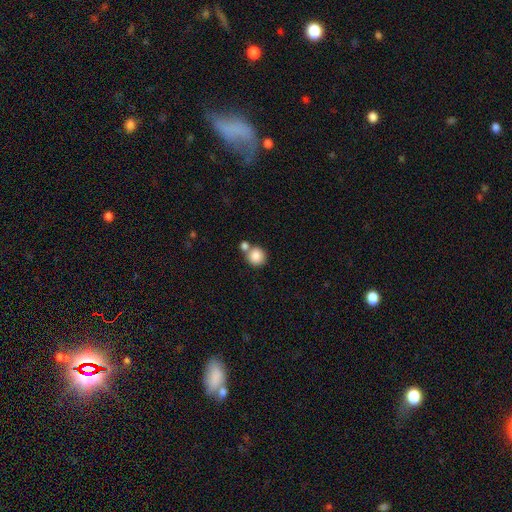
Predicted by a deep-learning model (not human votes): Overall: smooth (85%). How rounded: round (90%). Merging: none (55%; merger 33%).